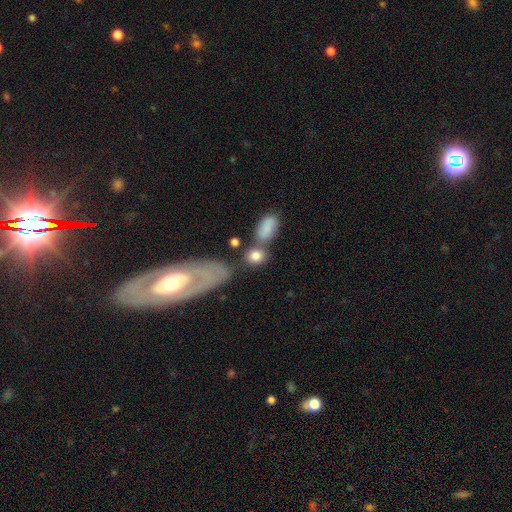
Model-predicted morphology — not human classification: Smooth or featured? Predicted: smooth (p=0.81). How rounded? Predicted: round (p=0.49). Merging? Predicted: none (p=0.52).